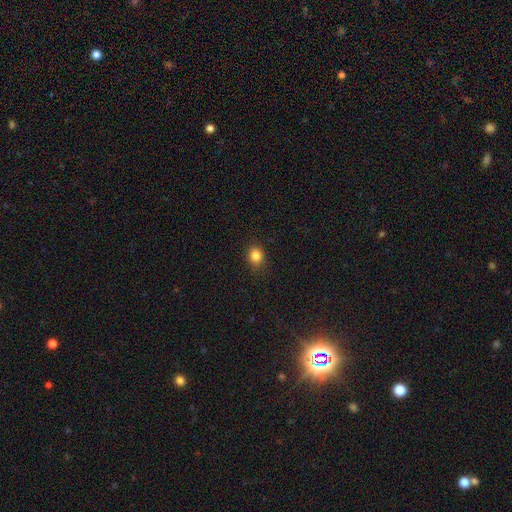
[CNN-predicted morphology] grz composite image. It shows a smooth galaxy with no disk features (84%) that is round (65%). Merging: none (86%).